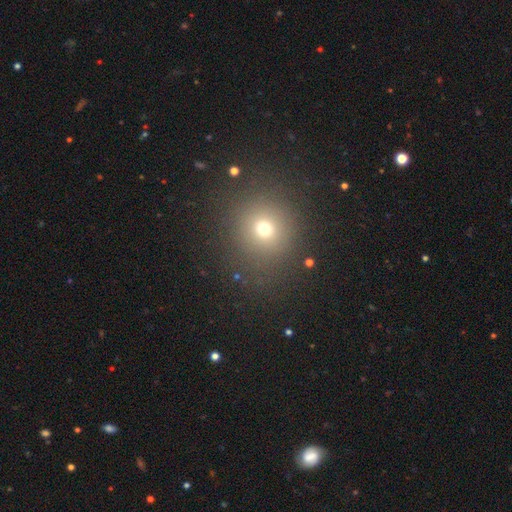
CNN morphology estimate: Smooth or featured: smooth — 61% (star or artifact — 32%)
How rounded: round — 85% (in between — 14%)
Merging: none — 90% (minor disturbance — 6%)